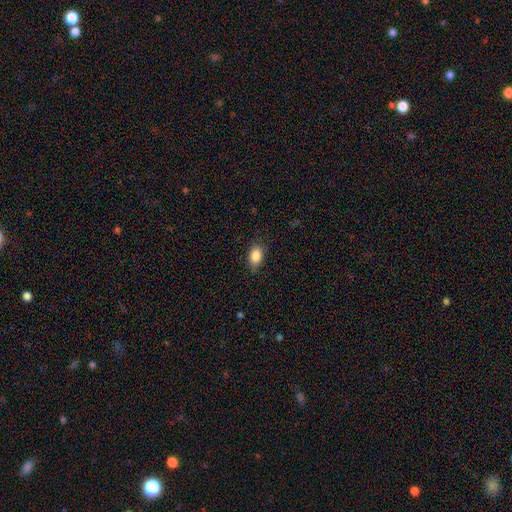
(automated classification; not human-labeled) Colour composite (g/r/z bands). It shows a smooth galaxy with no disk features (87%) that is in between round and cigar-shaped (83%). Merging: none (81%).